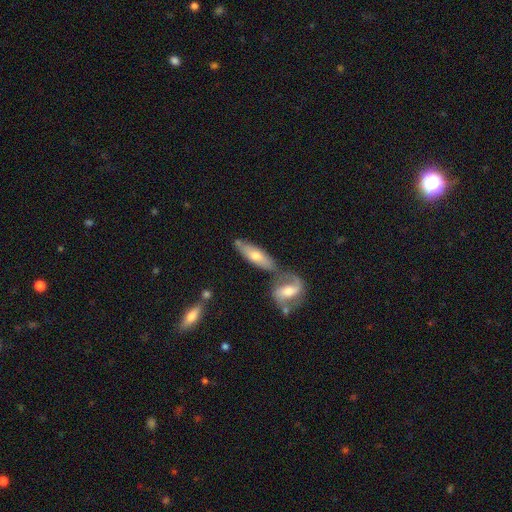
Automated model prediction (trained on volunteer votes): Overall: smooth (52%; featured or disk 42%). How rounded: in between (57%; cigar-shaped 40%). Merging: none (51%; merger 32%).